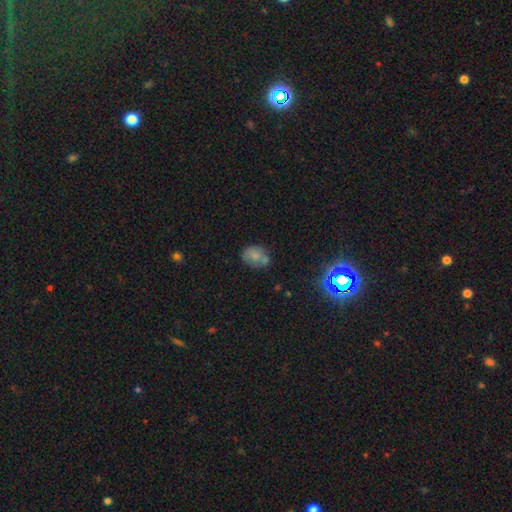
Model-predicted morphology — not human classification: This is likely a smooth galaxy (71%). How rounded: likely in between (60%). Merging: possibly none (52%).